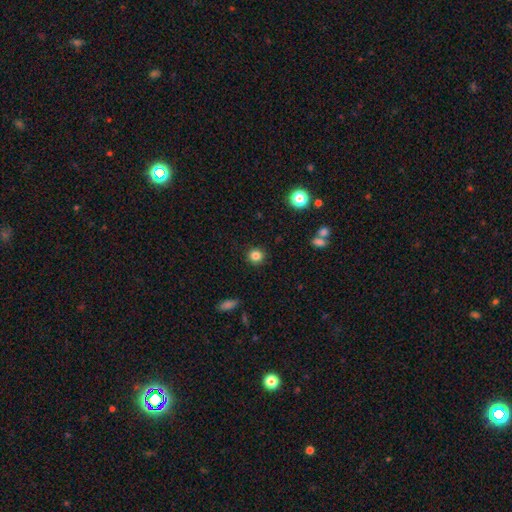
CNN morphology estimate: A smooth galaxy with no disk features (84%) that is round (91%). Merging: none (91%).